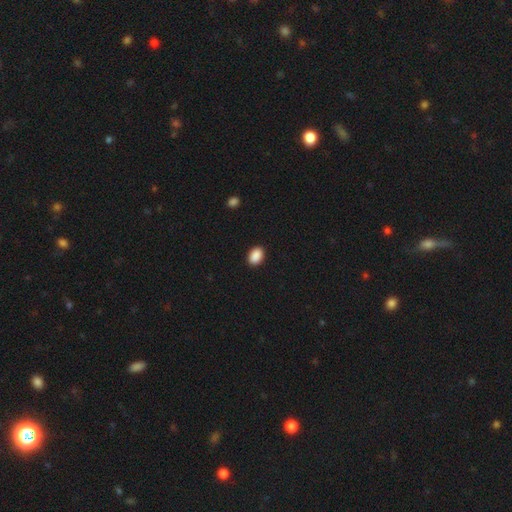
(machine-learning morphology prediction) Smooth or featured: smooth — 90% (star or artifact — 8%)
How rounded: in between — 81% (round — 18%)
Merging: none — 91% (minor disturbance — 7%)